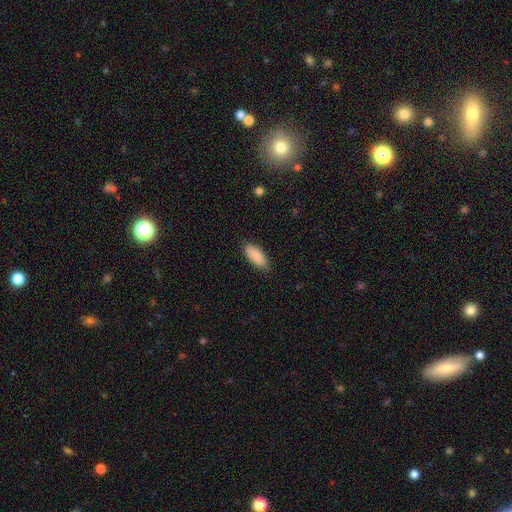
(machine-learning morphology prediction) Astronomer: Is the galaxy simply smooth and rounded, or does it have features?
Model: smooth — 89%.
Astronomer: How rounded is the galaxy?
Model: in between — 77%.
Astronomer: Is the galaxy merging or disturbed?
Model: none — 86%.